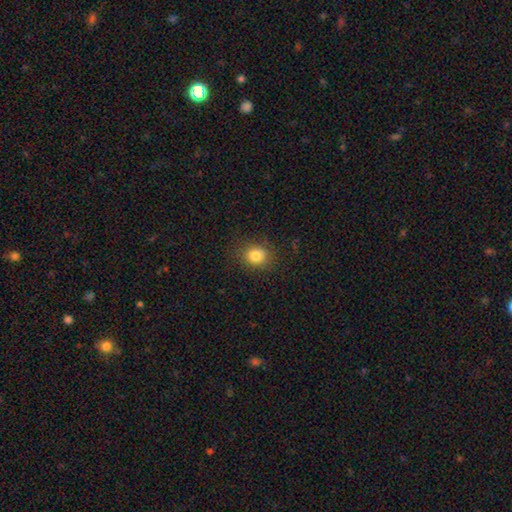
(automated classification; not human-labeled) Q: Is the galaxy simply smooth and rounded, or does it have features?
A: smooth — 82%.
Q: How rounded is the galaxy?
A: round — 70%.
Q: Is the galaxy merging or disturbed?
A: none — 85%.